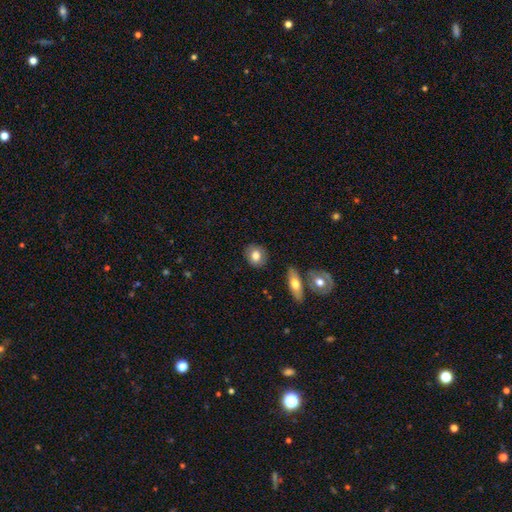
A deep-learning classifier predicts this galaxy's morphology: Smooth or featured: smooth — 79% (featured or disk — 14%)
How rounded: round — 69% (in between — 29%)
Merging: none — 87% (minor disturbance — 8%)